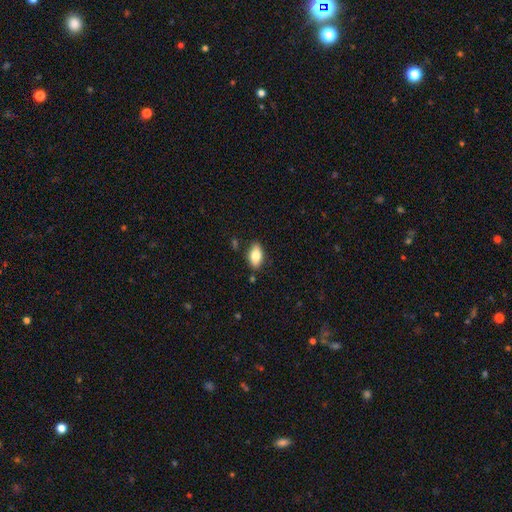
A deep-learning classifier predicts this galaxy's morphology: Smooth or featured? Predicted: smooth (p=0.81). How rounded? Predicted: in between (p=0.91). Merging? Predicted: none (p=0.83).